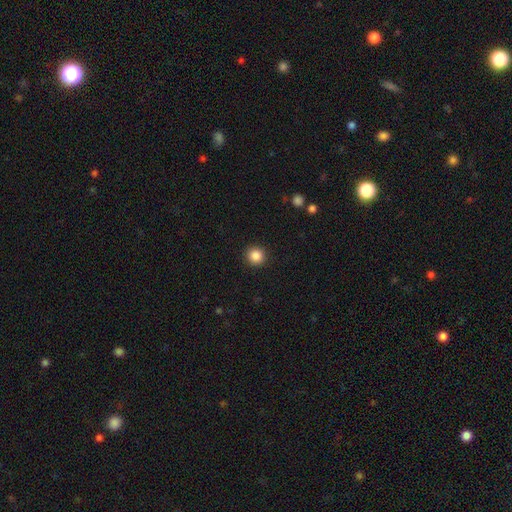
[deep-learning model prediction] Overall: smooth (86%). How rounded: round (93%). Merging: none (92%).